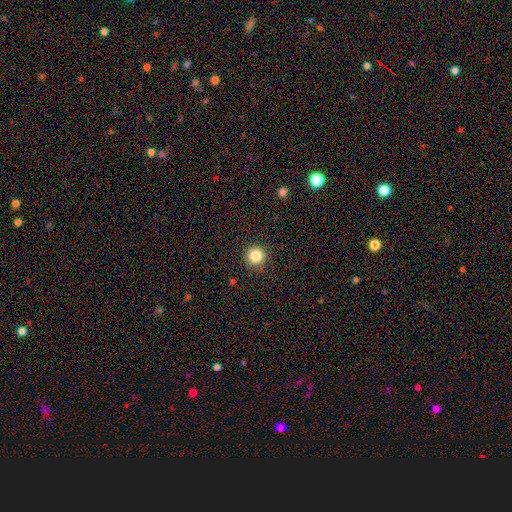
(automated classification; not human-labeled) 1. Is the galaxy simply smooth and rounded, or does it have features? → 84% smooth, 11% star or artifact, 5% featured or disk.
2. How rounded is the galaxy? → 95% round, 4% in between, 1% cigar-shaped.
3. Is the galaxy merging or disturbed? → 91% none, 6% minor disturbance, 2% major disturbance, 1% merger.